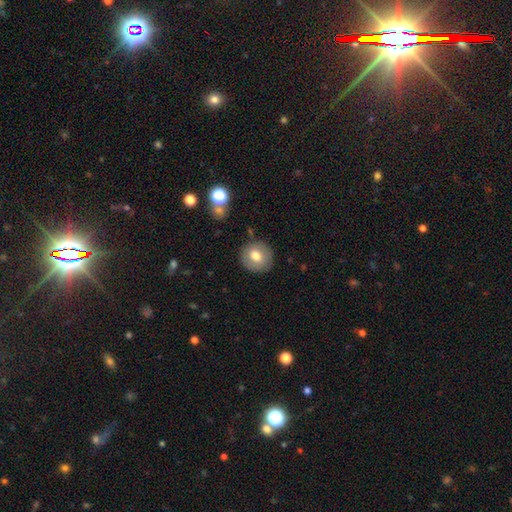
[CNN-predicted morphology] smooth 72%, featured or disk 19%, star or artifact 9%. Down the decision tree: how rounded — round (87%); merging — none (86%).